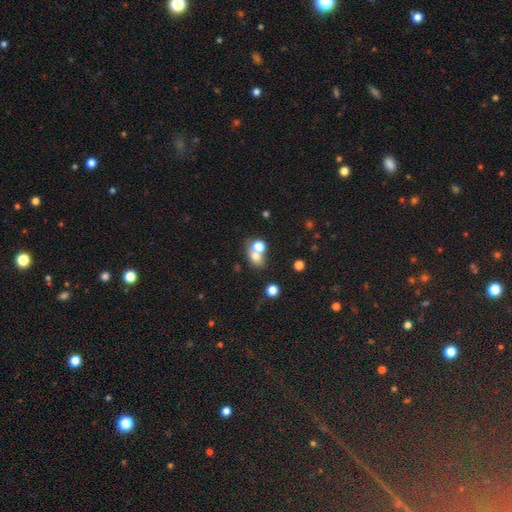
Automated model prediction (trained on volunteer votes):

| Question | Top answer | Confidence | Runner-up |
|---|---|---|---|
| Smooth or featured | smooth | 70% | featured or disk (15%) |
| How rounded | round | 55% | in between (43%) |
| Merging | merger | 54% | none (33%) |